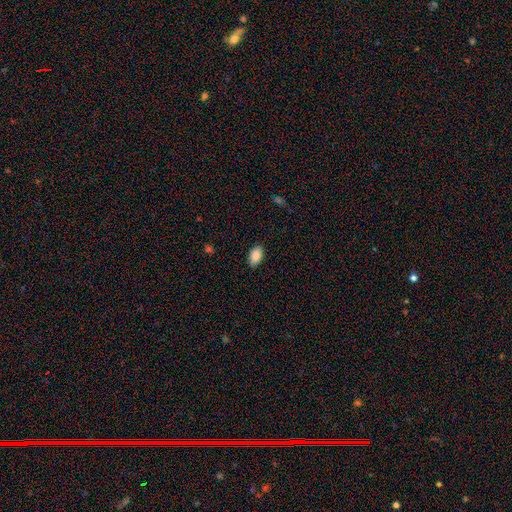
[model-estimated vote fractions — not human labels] Overall: smooth (89%). How rounded: in between (93%). Merging: none (87%).